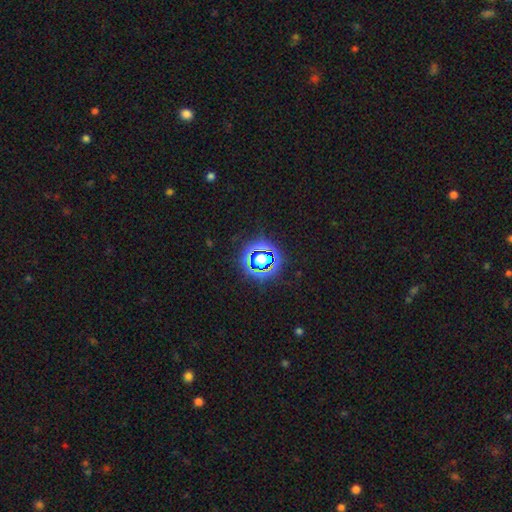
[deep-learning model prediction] Morphology: type=star or artifact (72%).